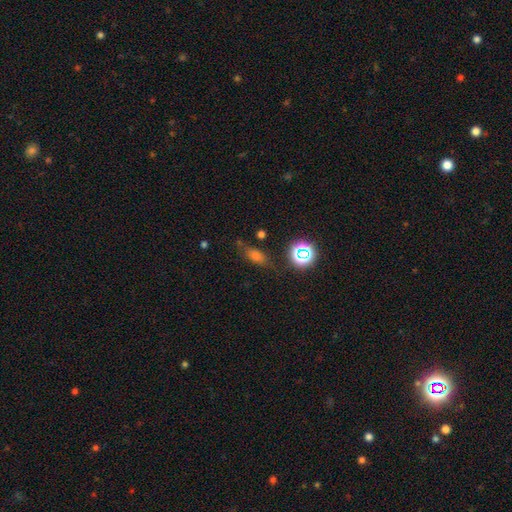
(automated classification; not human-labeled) Morphology: type=smooth (61%); roundness=in between (64%); merging=none (70%).